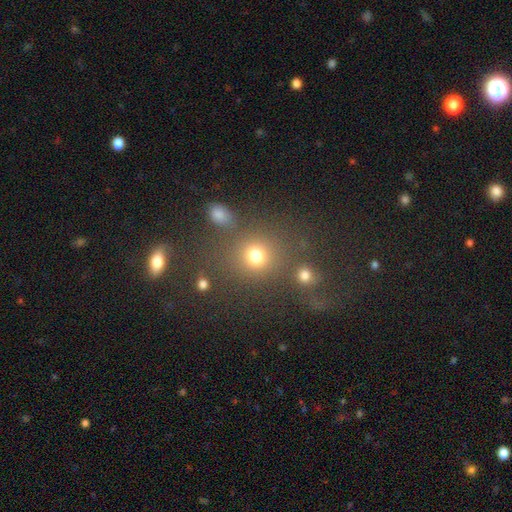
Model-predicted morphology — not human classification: type=smooth (76%); roundness=round (84%); merging=none (71%).